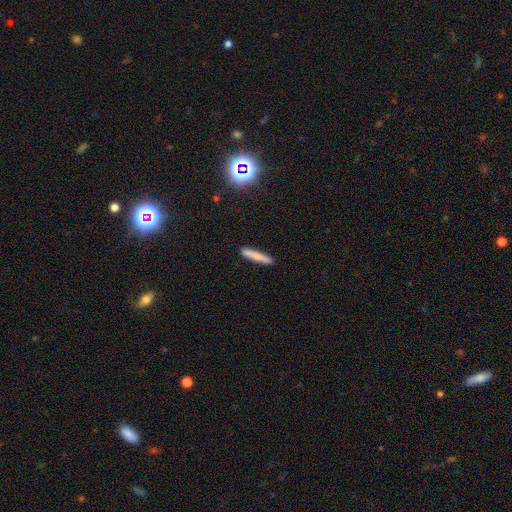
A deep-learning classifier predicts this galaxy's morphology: This is likely a smooth galaxy (77%). How rounded: clearly cigar-shaped (93%). Merging: clearly none (88%).